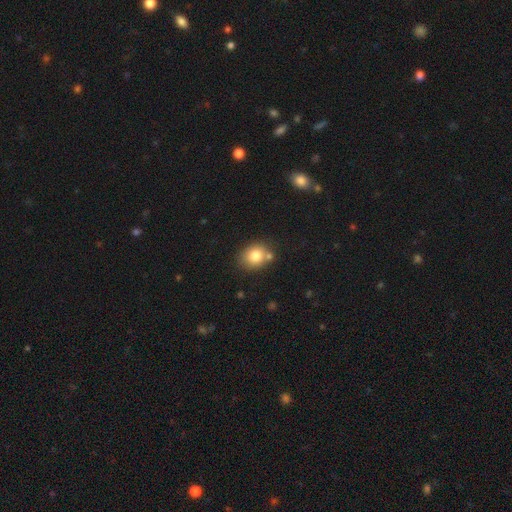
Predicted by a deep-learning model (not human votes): Morphology: type=smooth (80%); roundness=round (60%); merging=none (69%).